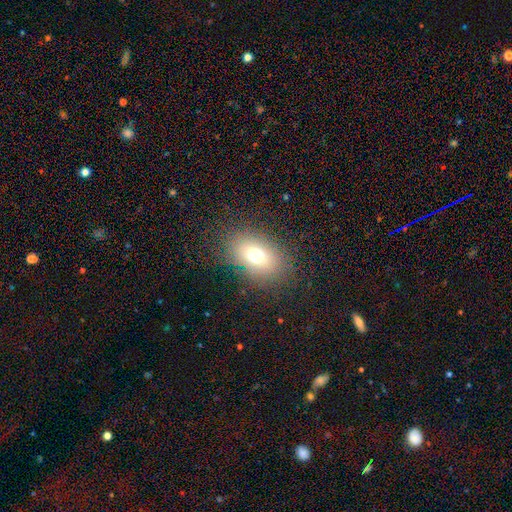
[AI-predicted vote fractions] Overall: smooth (72%). How rounded: in between (77%). Merging: none (82%).